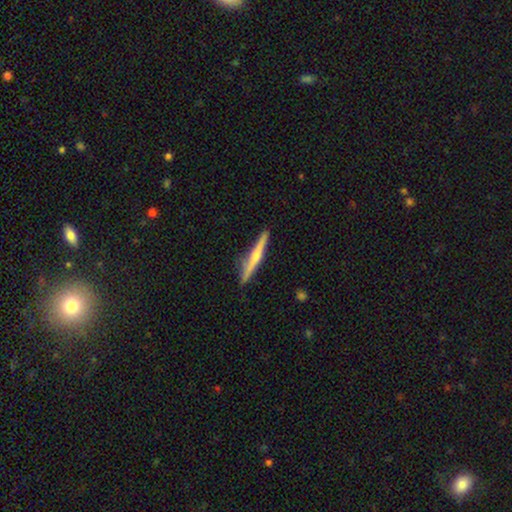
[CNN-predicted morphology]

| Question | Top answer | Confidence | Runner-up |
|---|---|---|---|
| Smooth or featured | featured or disk | 57% | smooth (38%) |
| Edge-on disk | yes | 97% | no (3%) |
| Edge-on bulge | rounded | 72% | none (21%) |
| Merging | none | 85% | minor disturbance (11%) |